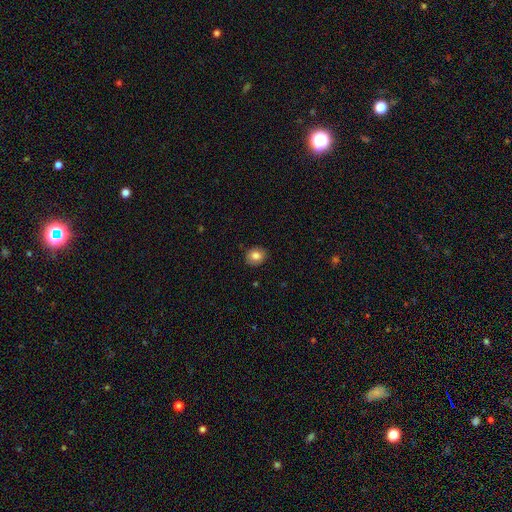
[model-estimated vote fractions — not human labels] Overall: smooth (83%). How rounded: round (68%; in between 31%). Merging: none (88%).